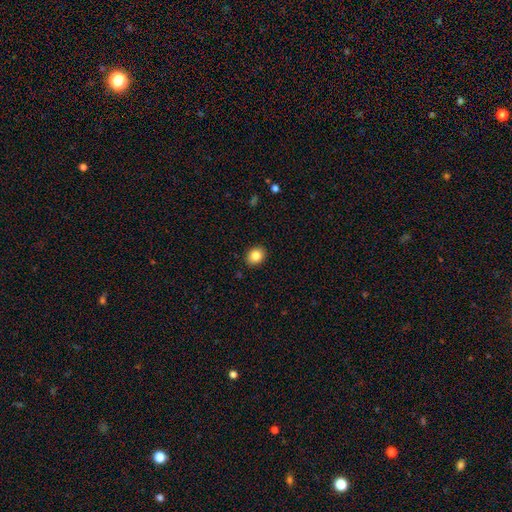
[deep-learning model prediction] smooth-or-featured: smooth: 84% | star or artifact: 9% | featured or disk: 7%
  how-rounded: in between: 51% | round: 48% | cigar-shaped: 1%
  merging: none: 90% | minor disturbance: 7% | major disturbance: 2% | merger: 1%